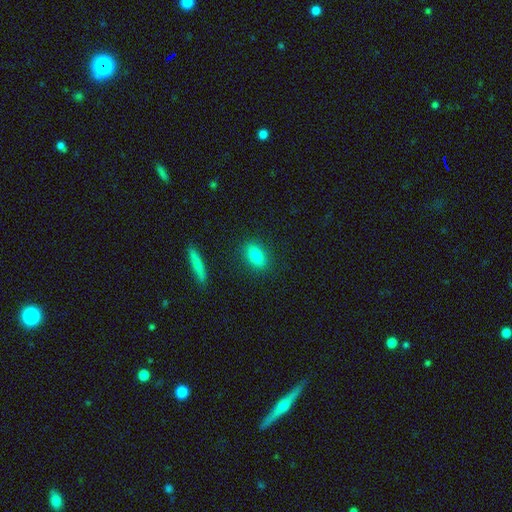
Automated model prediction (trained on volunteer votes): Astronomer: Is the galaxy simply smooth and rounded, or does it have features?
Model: smooth — 80%.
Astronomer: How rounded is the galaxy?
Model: in between — 79%.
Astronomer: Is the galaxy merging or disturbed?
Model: none — 87%.